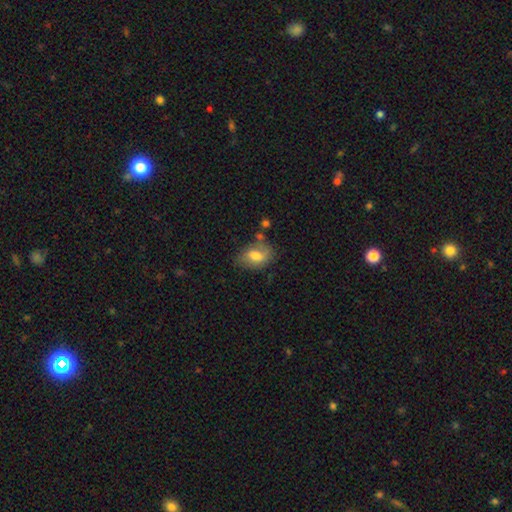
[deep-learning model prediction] Smooth or featured? smooth (68%)
How rounded? in between (82%)
Merging? none (58%)